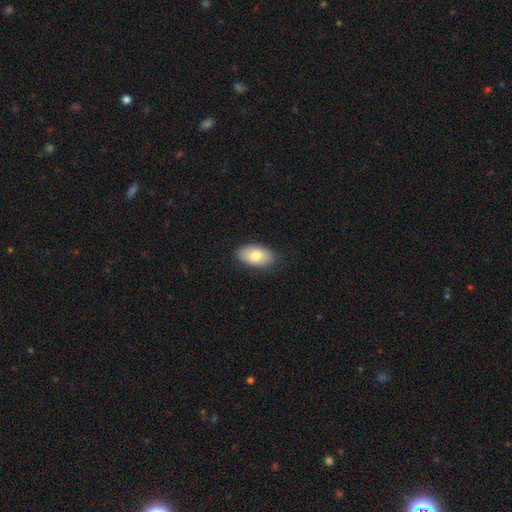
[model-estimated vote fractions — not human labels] smooth-or-featured: smooth: 79% | featured or disk: 14% | star or artifact: 7%
  how-rounded: in between: 94% | round: 5% | cigar-shaped: 2%
  merging: none: 85% | minor disturbance: 12% | major disturbance: 2% | merger: 1%